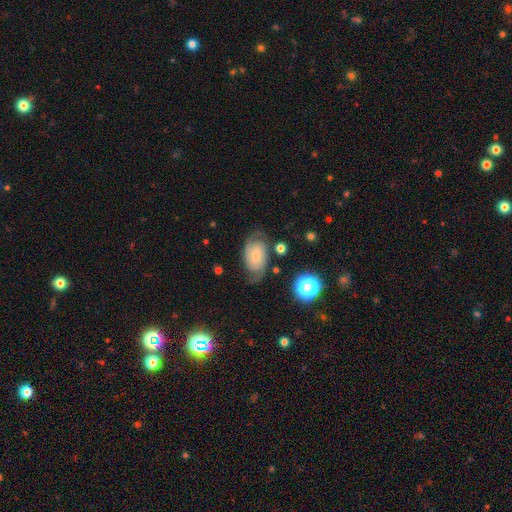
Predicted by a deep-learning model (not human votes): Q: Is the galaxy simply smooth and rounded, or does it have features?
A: featured or disk — 73%.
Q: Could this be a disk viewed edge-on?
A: no — 97%.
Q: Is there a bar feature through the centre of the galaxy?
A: no — 69%.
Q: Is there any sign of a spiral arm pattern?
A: yes — 94%.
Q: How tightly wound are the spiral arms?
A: medium — 42%.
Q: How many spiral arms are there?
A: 2 — 84%.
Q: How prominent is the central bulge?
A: small — 72%.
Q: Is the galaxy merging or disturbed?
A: none — 67%.